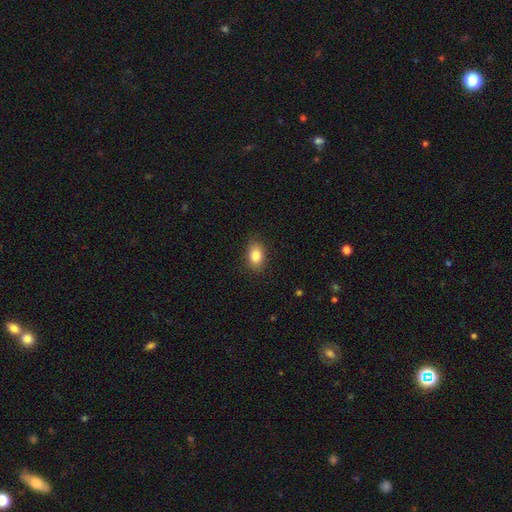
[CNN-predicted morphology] Smooth or featured? smooth (84%)
How rounded? in between (82%)
Merging? none (86%)